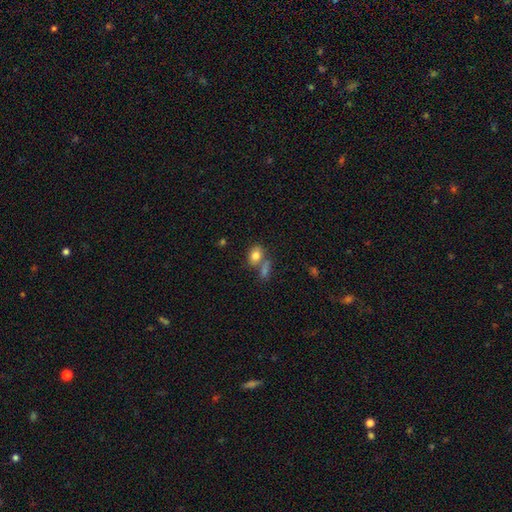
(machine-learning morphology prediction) The model was most divided on "merging": none: 53%, merger: 29%, minor disturbance: 13%, major disturbance: 5%. More confident: smooth or featured — smooth (81%); how rounded — in between (72%).